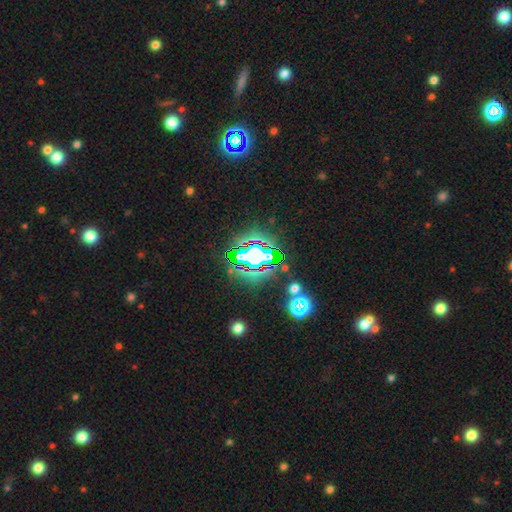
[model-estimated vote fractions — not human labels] This appears to be a star or artifact, not a galaxy (69%).